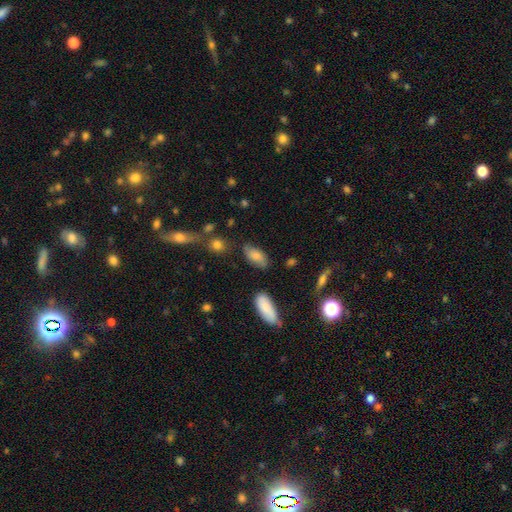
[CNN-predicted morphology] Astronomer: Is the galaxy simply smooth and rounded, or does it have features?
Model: smooth — 76%.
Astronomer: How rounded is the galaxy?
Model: in between — 90%.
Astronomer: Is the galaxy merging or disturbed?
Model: none — 69%.